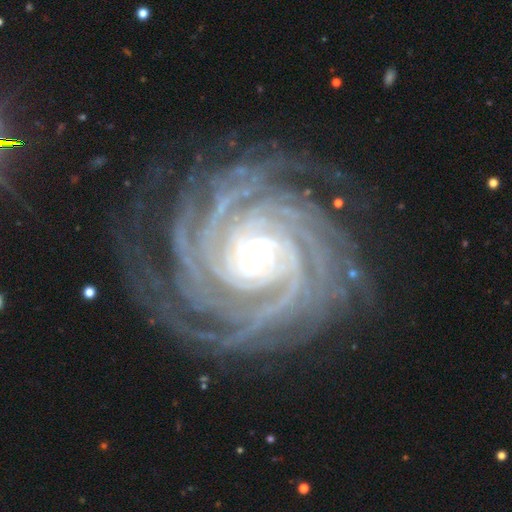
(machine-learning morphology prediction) The model was most divided on "spiral arm count": more than 4: 36%, 4: 24%, can't tell: 12%, 3: 11%, 2: 9%, 1: 8%. Remaining: spiral arms — yes (99%); edge-on disk — no (98%); smooth or featured — featured or disk (94%); spiral winding — tight (85%); merging — none (81%); bulge size — small (65%); bar — no (44%).